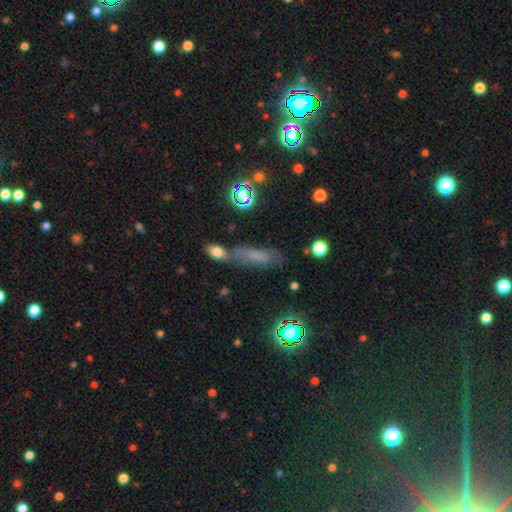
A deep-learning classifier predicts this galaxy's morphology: smooth 56%, featured or disk 23%, star or artifact 21%. Down the decision tree: how rounded — cigar-shaped (55%); merging — none (54%).